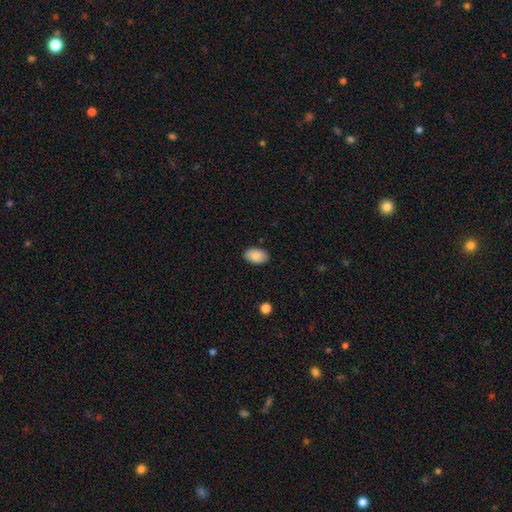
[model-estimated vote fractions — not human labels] smooth-or-featured: smooth: 89% | star or artifact: 7% | featured or disk: 4%
  how-rounded: in between: 91% | round: 8% | cigar-shaped: 1%
  merging: none: 89% | minor disturbance: 8% | major disturbance: 2% | merger: 1%